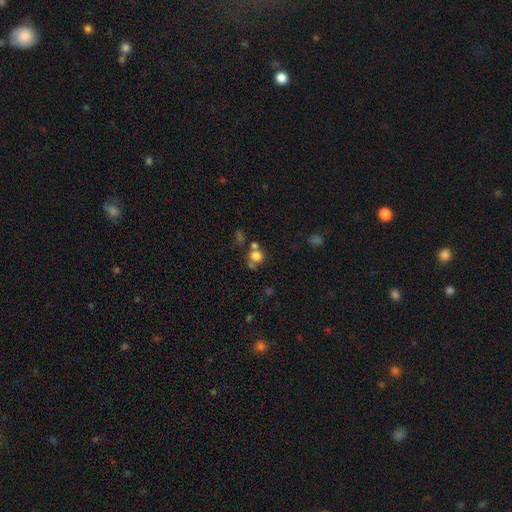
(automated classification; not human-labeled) The model was most divided on "merging": none: 47%, merger: 32%, minor disturbance: 13%, major disturbance: 8%. More confident: how rounded — round (81%); smooth or featured — smooth (75%).